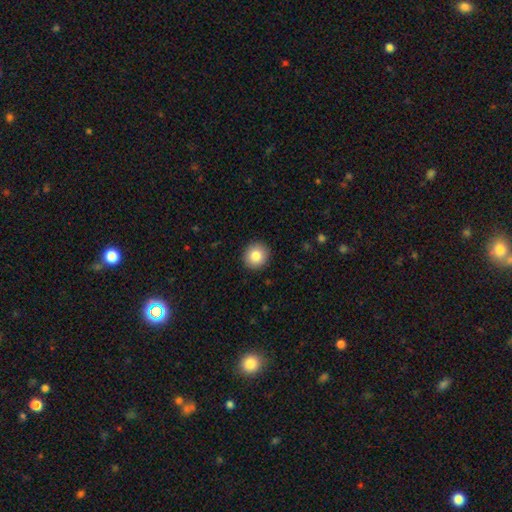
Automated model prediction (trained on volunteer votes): smooth 84%, star or artifact 9%, featured or disk 7%. Down the decision tree: how rounded — round (88%); merging — none (92%).